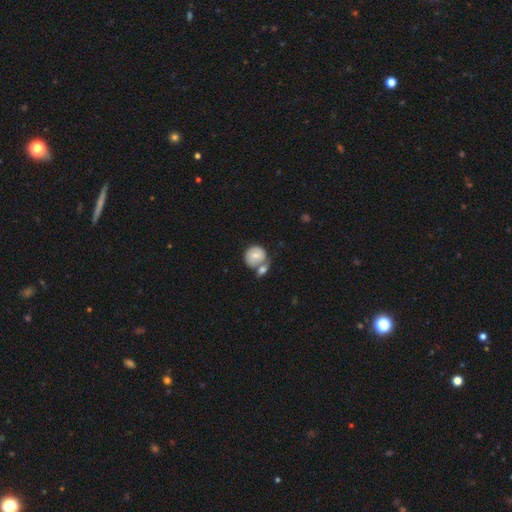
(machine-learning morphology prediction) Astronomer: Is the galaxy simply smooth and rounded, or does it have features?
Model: smooth — 65%.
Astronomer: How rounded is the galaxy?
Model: round — 82%.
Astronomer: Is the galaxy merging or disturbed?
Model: merger — 45% (runner-up: none, 38%).